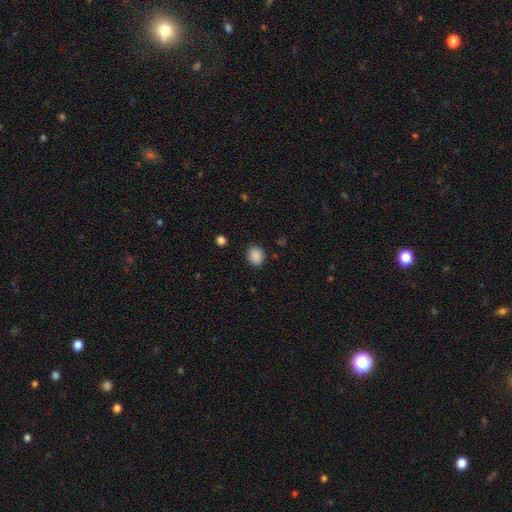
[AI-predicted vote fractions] A smooth galaxy with no disk features (88%) that is round (57%). Merging: none (86%).